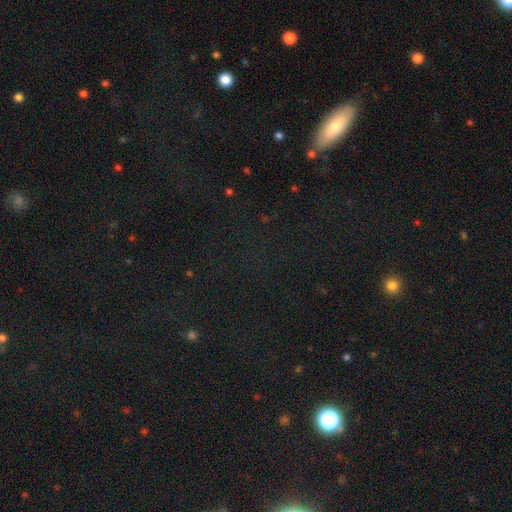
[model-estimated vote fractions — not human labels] This appears to be a star or artifact, not a galaxy (55%).